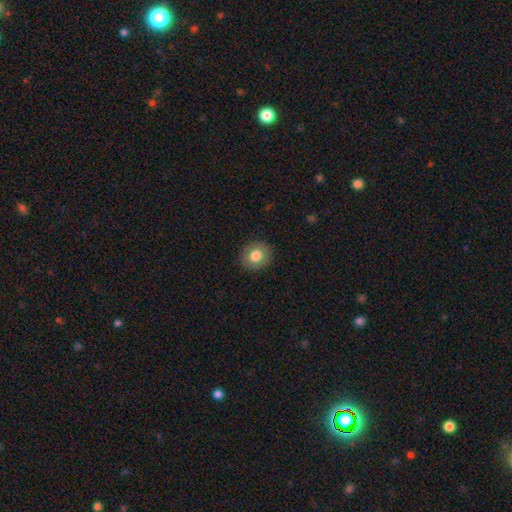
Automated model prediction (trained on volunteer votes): Q: Smooth or featured?
A: smooth (78%); runner-up: featured or disk (13%)
Q: How rounded?
A: round (82%); runner-up: in between (17%)
Q: Merging?
A: none (90%); runner-up: minor disturbance (7%)